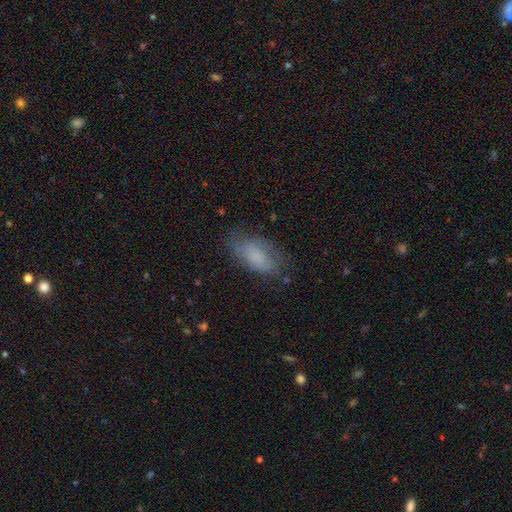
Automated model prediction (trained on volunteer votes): Smooth or featured? smooth (69%)
How rounded? in between (89%)
Merging? none (65%)